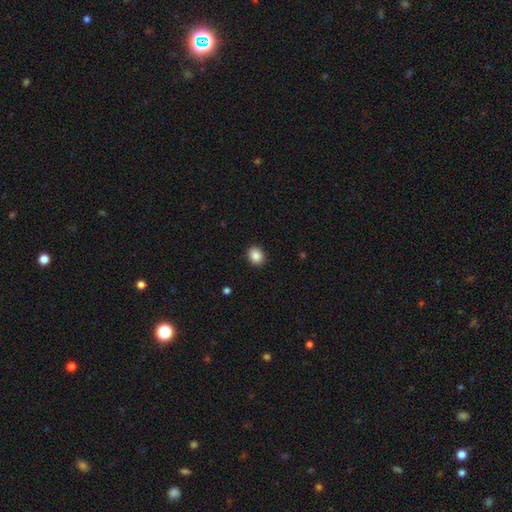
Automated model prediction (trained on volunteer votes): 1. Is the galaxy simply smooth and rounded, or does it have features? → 87% smooth, 9% star or artifact, 4% featured or disk.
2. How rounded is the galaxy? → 59% round, 41% in between, 1% cigar-shaped.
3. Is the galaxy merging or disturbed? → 91% none, 6% minor disturbance, 2% major disturbance, 1% merger.